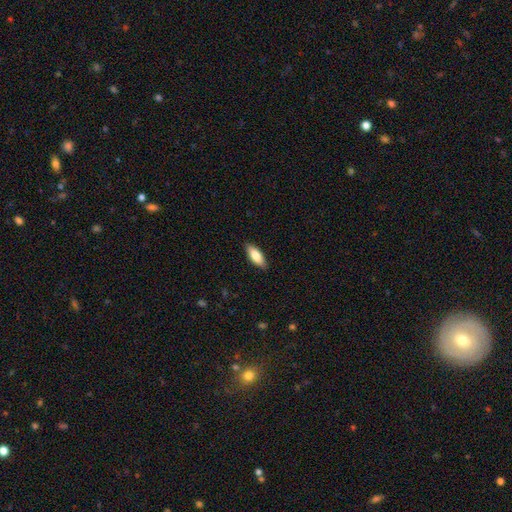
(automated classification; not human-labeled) Smooth or featured? Predicted: smooth (p=0.78). How rounded? Predicted: in between (p=0.74). Merging? Predicted: none (p=0.88).